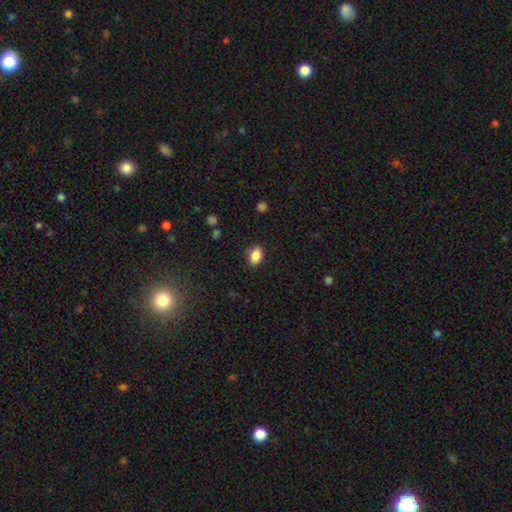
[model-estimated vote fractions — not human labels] smooth 86%, star or artifact 9%, featured or disk 5%. Down the decision tree: how rounded — in between (85%); merging — none (85%).